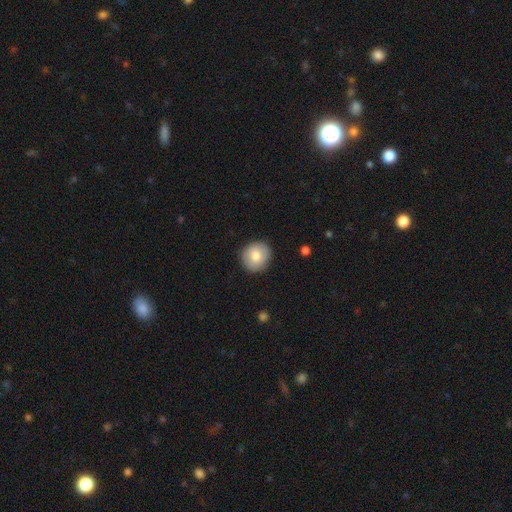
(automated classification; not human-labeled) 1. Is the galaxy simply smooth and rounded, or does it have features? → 78% smooth, 15% featured or disk, 7% star or artifact.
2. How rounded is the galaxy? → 85% round, 14% in between, 1% cigar-shaped.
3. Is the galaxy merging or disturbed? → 88% none, 9% minor disturbance, 2% major disturbance, 1% merger.